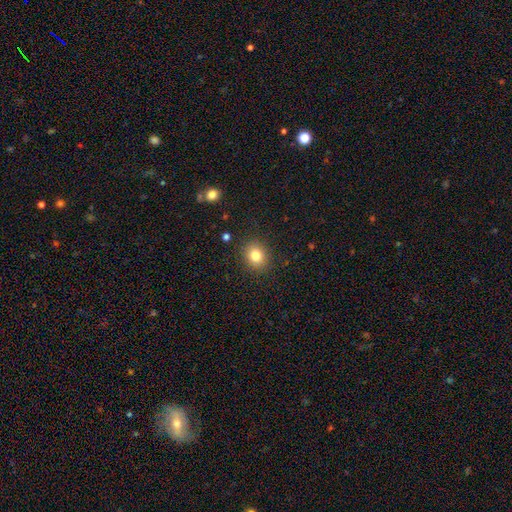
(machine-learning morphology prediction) This appears to be a smooth galaxy with no disk features (81%) that is round (66%). Merging: none (88%).